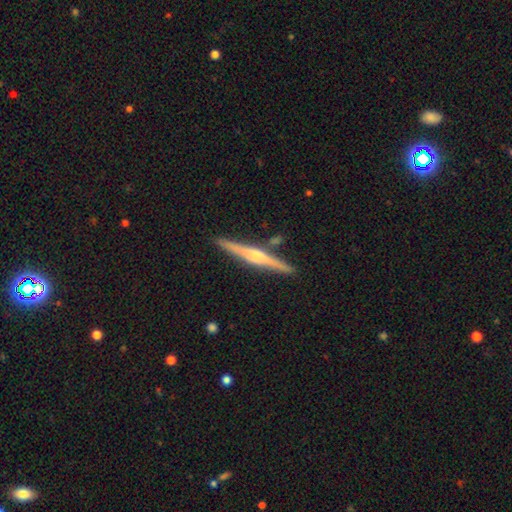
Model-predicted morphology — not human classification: Smooth or featured?
  - featured or disk: 74% *
  - smooth: 20%
  - star or artifact: 5%
Edge-on disk?
  - yes: 98% *
  - no: 2%
Edge-on bulge?
  - rounded: 80% *
  - boxy: 11%
  - none: 10%
Merging?
  - none: 88% *
  - minor disturbance: 7%
  - merger: 3%
  - major disturbance: 2%